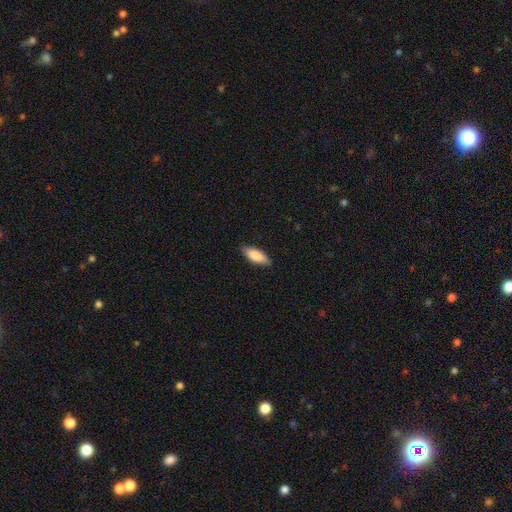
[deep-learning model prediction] Smooth or featured: smooth — 86% (featured or disk — 8%)
How rounded: in between — 72% (cigar-shaped — 27%)
Merging: none — 85% (minor disturbance — 12%)